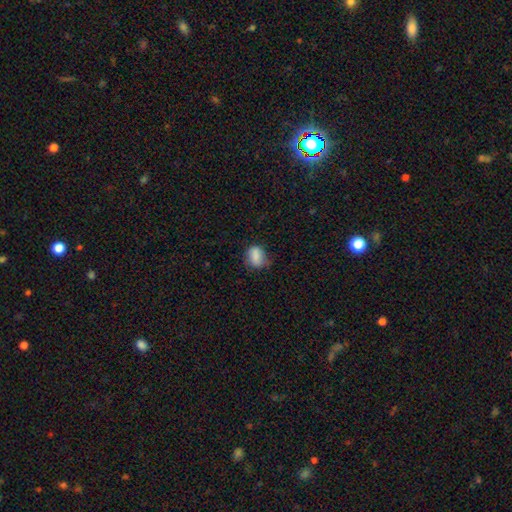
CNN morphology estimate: smooth-or-featured: smooth: 84% | star or artifact: 9% | featured or disk: 7%
  how-rounded: in between: 64% | round: 34% | cigar-shaped: 2%
  merging: none: 59% | minor disturbance: 31% | major disturbance: 9% | merger: 2%